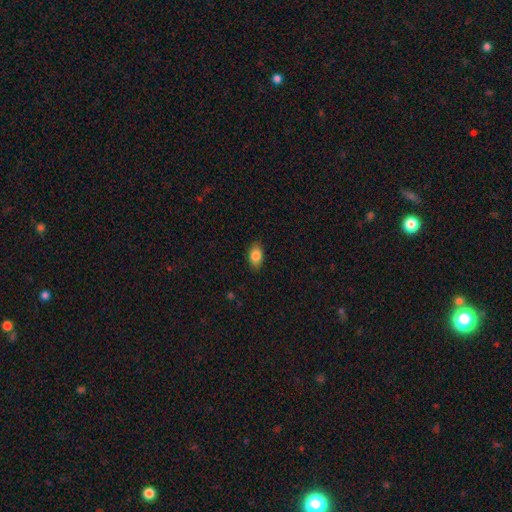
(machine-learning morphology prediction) Overall: smooth (84%). How rounded: in between (89%). Merging: none (87%).